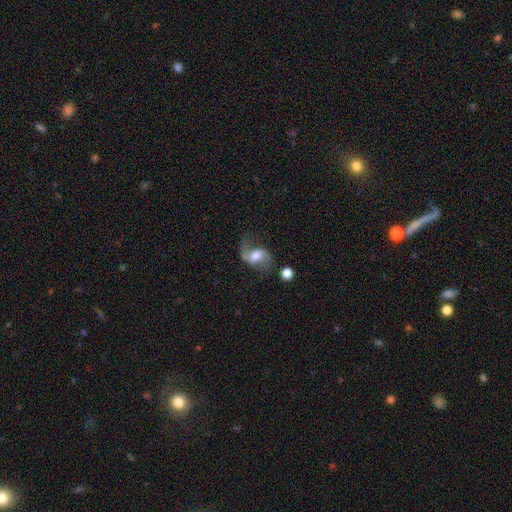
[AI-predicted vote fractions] The model was most divided on "bar": weak: 43%, no: 38%, strong: 18%. More confident: edge-on disk — no (97%); spiral arms — yes (92%); spiral arm count — 2 (86%); smooth or featured — featured or disk (73%); spiral winding — loose (71%); bulge size — moderate (59%); merging — none (59%).